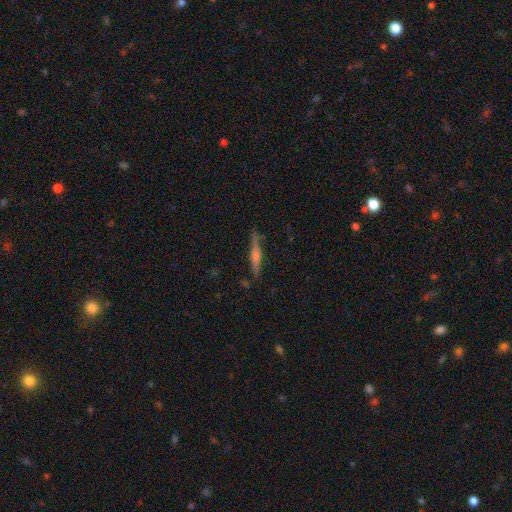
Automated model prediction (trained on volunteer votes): Overall: featured or disk (68%). Edge-on disk: yes (97%). Edge-on bulge: rounded (79%). Merging: none (88%).